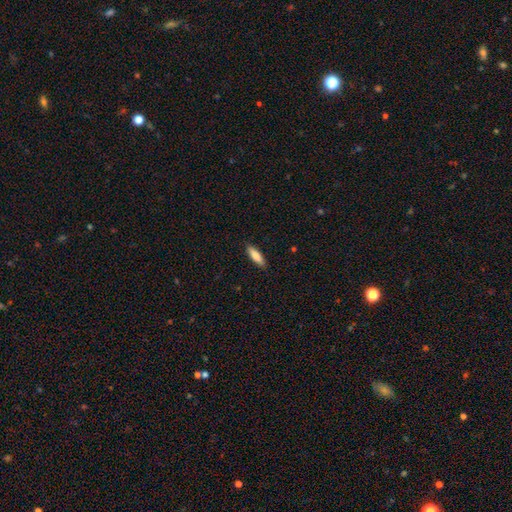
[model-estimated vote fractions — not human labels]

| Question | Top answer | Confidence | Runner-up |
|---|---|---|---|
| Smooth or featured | smooth | 82% | featured or disk (13%) |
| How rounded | cigar-shaped | 57% | in between (41%) |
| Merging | none | 89% | minor disturbance (8%) |